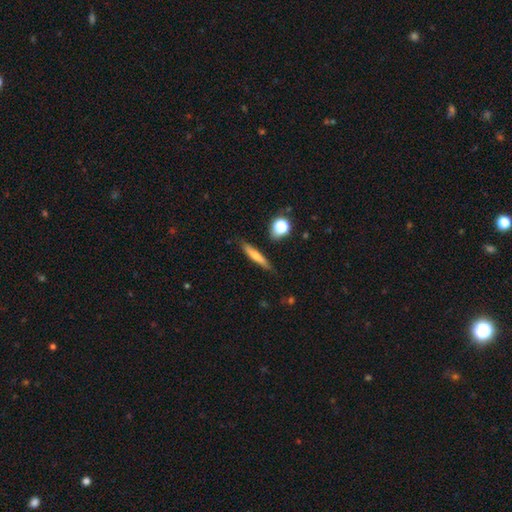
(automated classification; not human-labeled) This is likely a smooth galaxy (60%). How rounded: clearly cigar-shaped (88%). Merging: clearly none (83%).